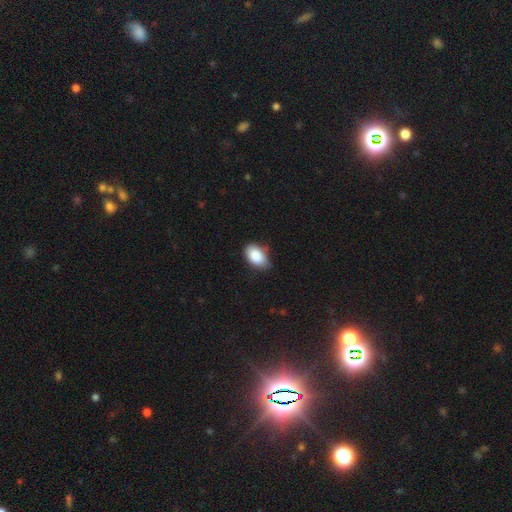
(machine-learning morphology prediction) This appears to be a smooth galaxy with no disk features (88%) that is in between round and cigar-shaped (91%). Merging: none (67%).